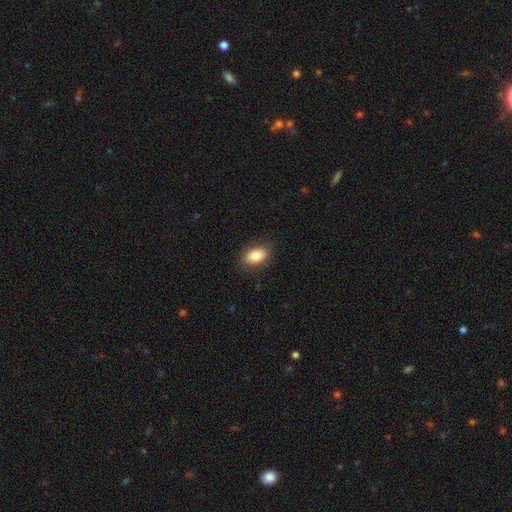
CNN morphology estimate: smooth 83%, featured or disk 9%, star or artifact 8%. Down the decision tree: how rounded — in between (85%); merging — none (84%).